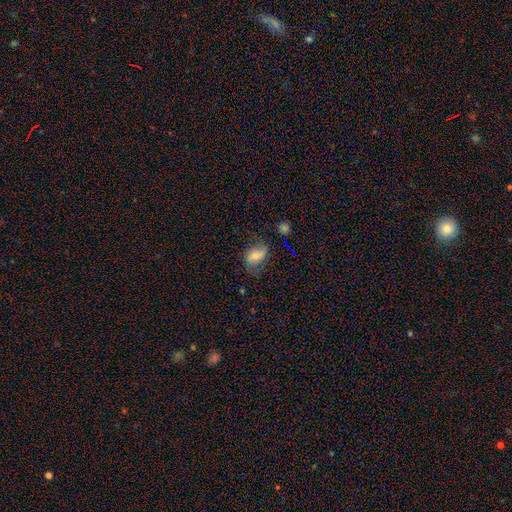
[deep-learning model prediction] This appears to be a smooth galaxy with no disk features (64%) that is in between round and cigar-shaped (78%). Merging: none (60%).